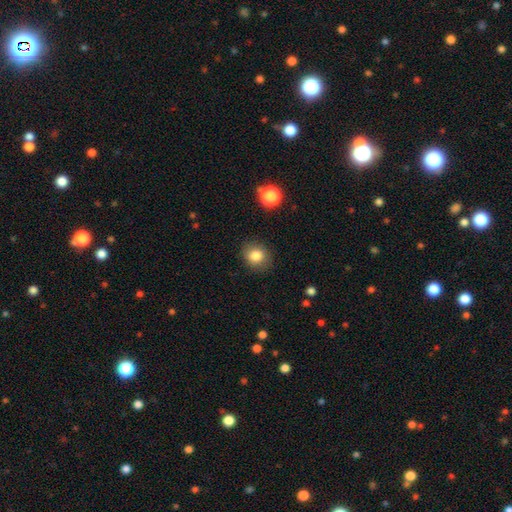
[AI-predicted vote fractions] smooth-or-featured: smooth: 83% | star or artifact: 10% | featured or disk: 7%
  how-rounded: round: 71% | in between: 28% | cigar-shaped: 1%
  merging: none: 84% | minor disturbance: 11% | major disturbance: 4% | merger: 1%